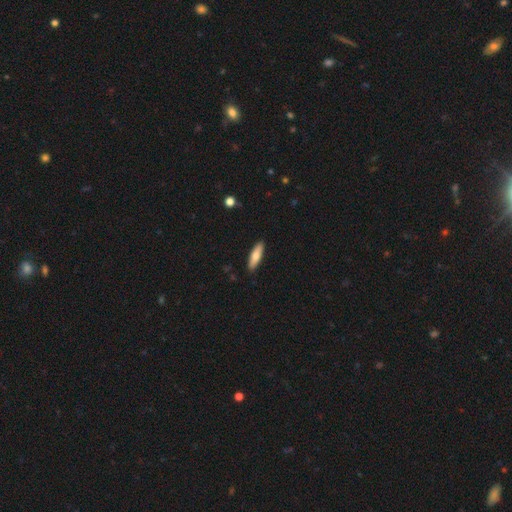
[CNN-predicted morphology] The model was most divided on "how rounded": cigar-shaped: 61%, in between: 37%, round: 2%. More confident: merging — none (90%); smooth or featured — smooth (74%).